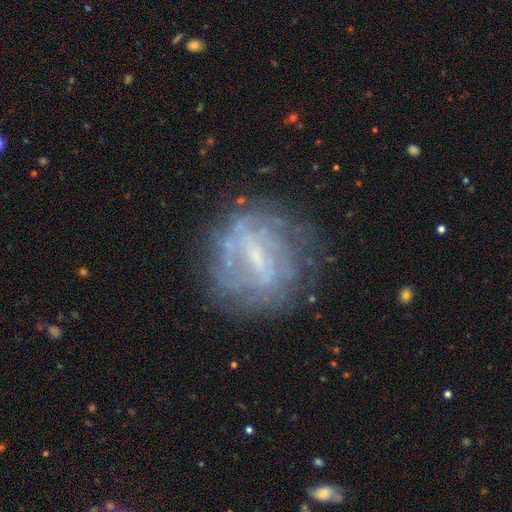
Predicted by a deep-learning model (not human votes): This appears to be a featured or disk galaxy (74%) with a weak bar (50%), spiral arms (67%) and a small central bulge (55%). Merging: none (72%).